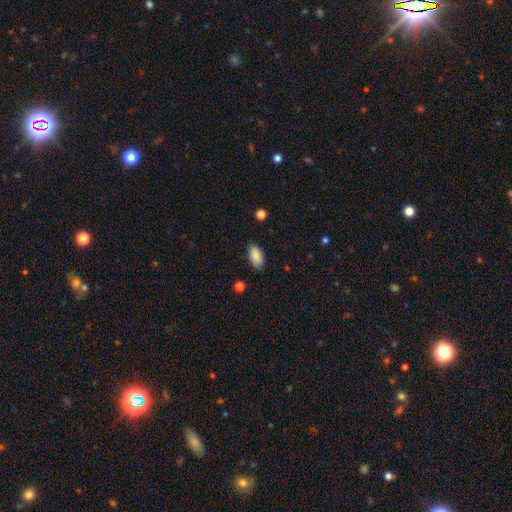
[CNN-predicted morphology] smooth-or-featured: smooth: 87% | star or artifact: 7% | featured or disk: 6%
  how-rounded: in between: 93% | cigar-shaped: 4% | round: 3%
  merging: none: 83% | minor disturbance: 13% | major disturbance: 2% | merger: 1%